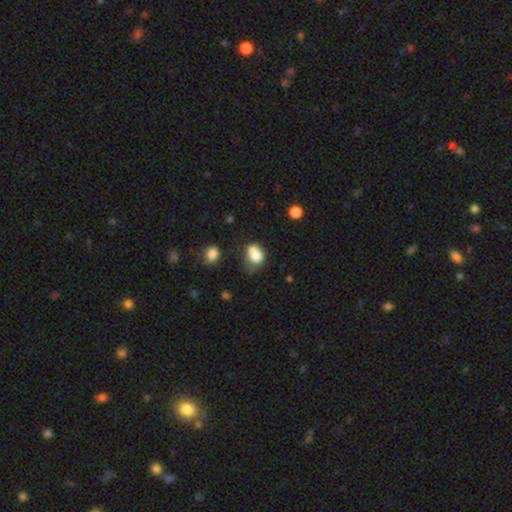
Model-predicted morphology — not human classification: Smooth or featured?
  - smooth: 73% *
  - featured or disk: 16%
  - star or artifact: 10%
How rounded?
  - in between: 56% *
  - round: 43%
  - cigar-shaped: 1%
Merging?
  - merger: 44% *
  - none: 24%
  - minor disturbance: 18%
  - major disturbance: 14%